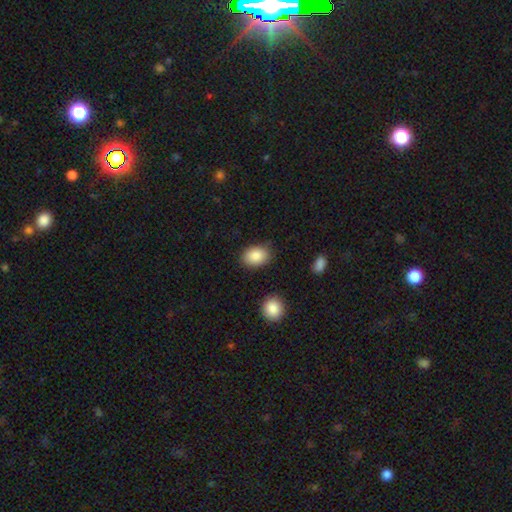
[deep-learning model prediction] smooth 87%, star or artifact 7%, featured or disk 6%. Down the decision tree: how rounded — in between (80%); merging — none (82%).